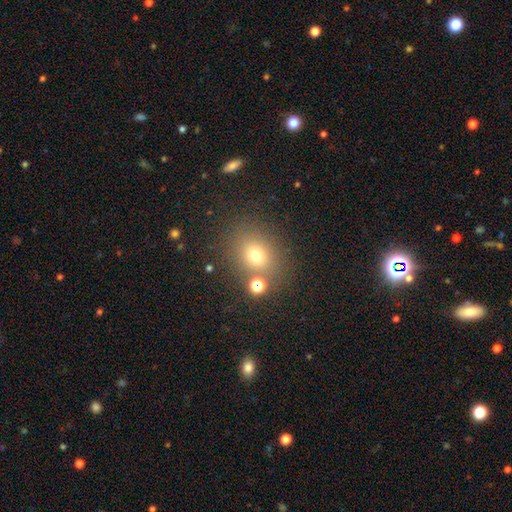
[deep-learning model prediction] The model was most divided on "how rounded": round: 66%, in between: 33%, cigar-shaped: 1%. More confident: merging — none (75%); smooth or featured — smooth (70%).